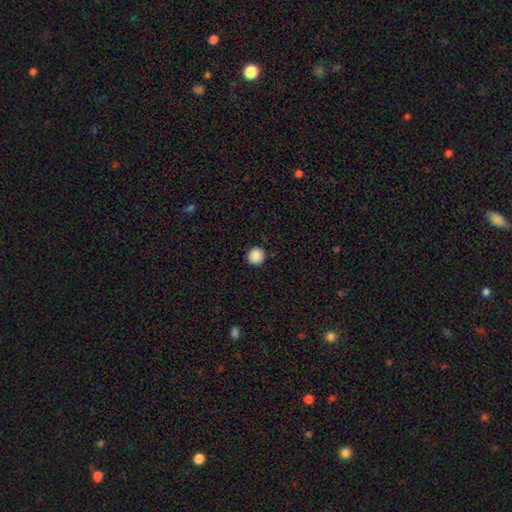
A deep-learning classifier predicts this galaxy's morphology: smooth-or-featured: smooth: 88% | star or artifact: 9% | featured or disk: 3%
  how-rounded: round: 96% | in between: 3% | cigar-shaped: 1%
  merging: none: 93% | minor disturbance: 5% | major disturbance: 2% | merger: 1%